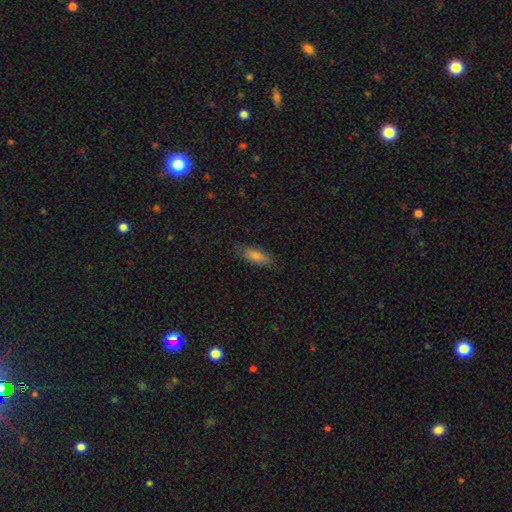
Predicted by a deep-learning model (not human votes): A smooth galaxy with no disk features (75%) that is in between round and cigar-shaped (59%).

Vote fractions:
- Smooth or featured? smooth: 75% / featured or disk: 17% / star or artifact: 8%
- How rounded? in between: 59% / cigar-shaped: 39% / round: 2%
- Merging? none: 85% / minor disturbance: 12% / major disturbance: 2% / merger: 1%